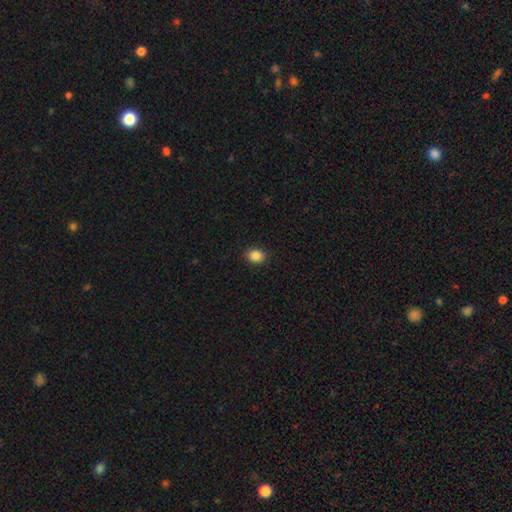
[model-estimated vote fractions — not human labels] A smooth galaxy with no disk features (87%) that is round (56%). Merging: none (90%).